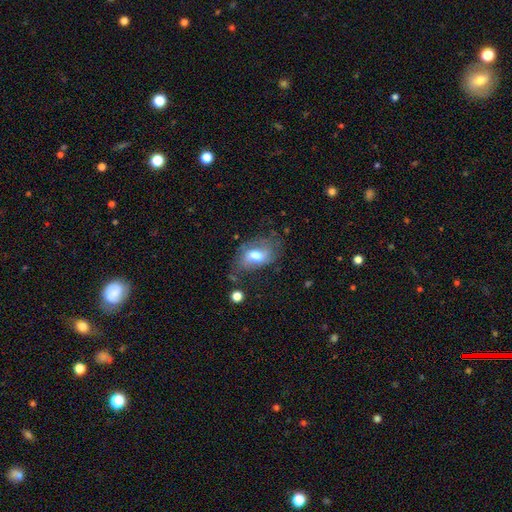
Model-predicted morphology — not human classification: A smooth galaxy with no disk features (60%) that is in between round and cigar-shaped (86%).

Vote fractions:
- Smooth or featured? smooth: 60% / featured or disk: 31% / star or artifact: 9%
- How rounded? in between: 86% / round: 12% / cigar-shaped: 2%
- Merging? none: 48% / minor disturbance: 30% / major disturbance: 19% / merger: 4%